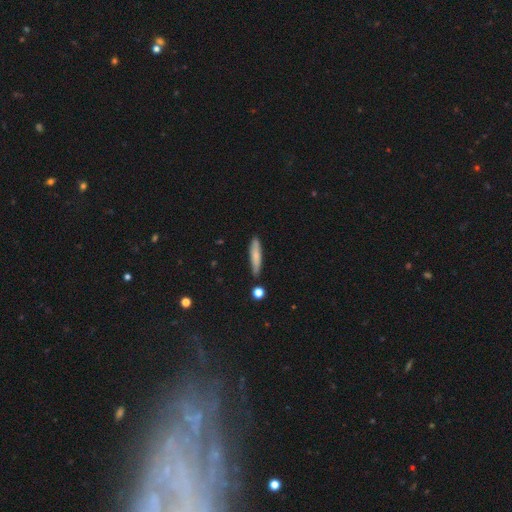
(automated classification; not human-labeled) smooth_or_featured: smooth (p=0.75) [alt: featured or disk p=0.19]
how_rounded: cigar-shaped (p=0.87) [alt: in between p=0.12]
merging: none (p=0.82) [alt: minor disturbance p=0.12]